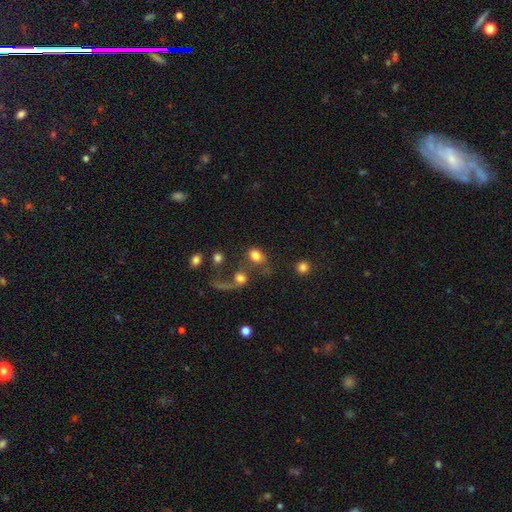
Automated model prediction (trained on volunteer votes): Morphology: type=smooth (77%); roundness=in between (62%); merging=none (37%).